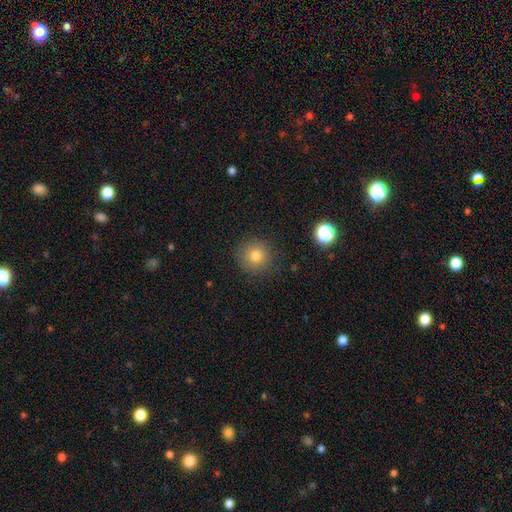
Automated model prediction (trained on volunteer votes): A smooth galaxy with no disk features (79%) that is round (94%).

Vote fractions:
- Smooth or featured? smooth: 79% / star or artifact: 13% / featured or disk: 8%
- How rounded? round: 94% / in between: 5% / cigar-shaped: 1%
- Merging? none: 89% / minor disturbance: 7% / major disturbance: 3% / merger: 1%